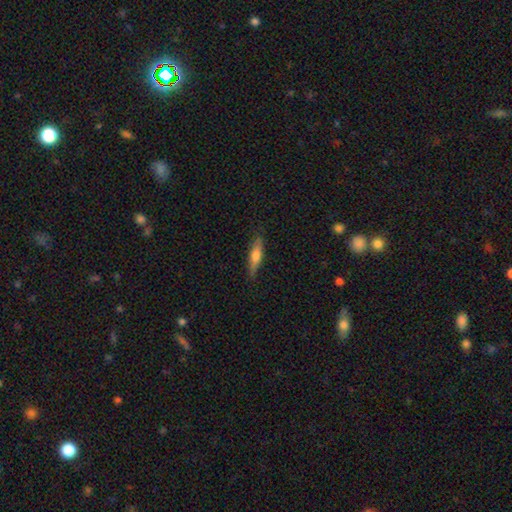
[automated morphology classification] type=smooth (63%); roundness=cigar-shaped (66%); merging=none (82%).